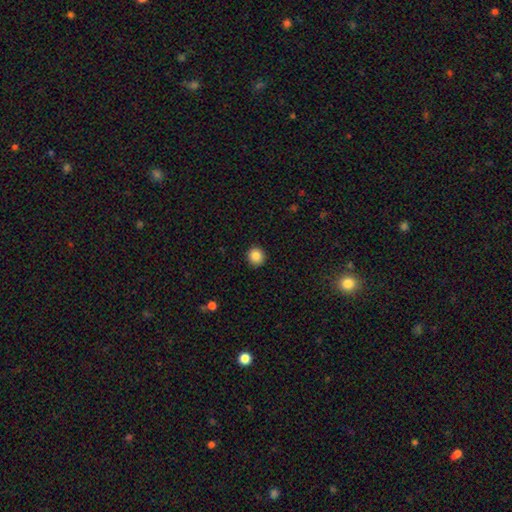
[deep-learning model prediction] Q: Smooth or featured?
A: smooth (86%); runner-up: star or artifact (10%)
Q: How rounded?
A: round (93%); runner-up: in between (6%)
Q: Merging?
A: none (92%); runner-up: minor disturbance (5%)